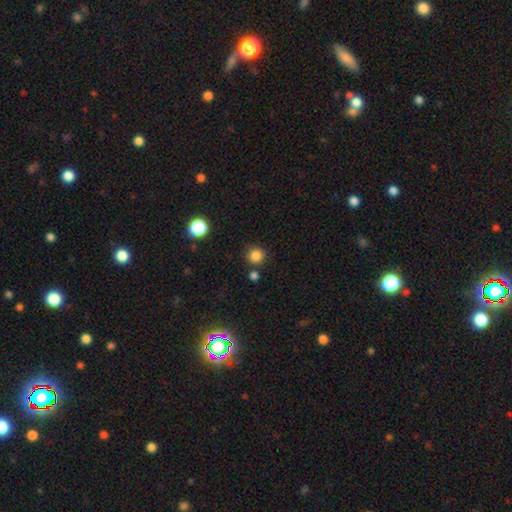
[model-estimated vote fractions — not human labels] smooth 84%, star or artifact 13%, featured or disk 4%. Down the decision tree: how rounded — round (94%); merging — none (83%).